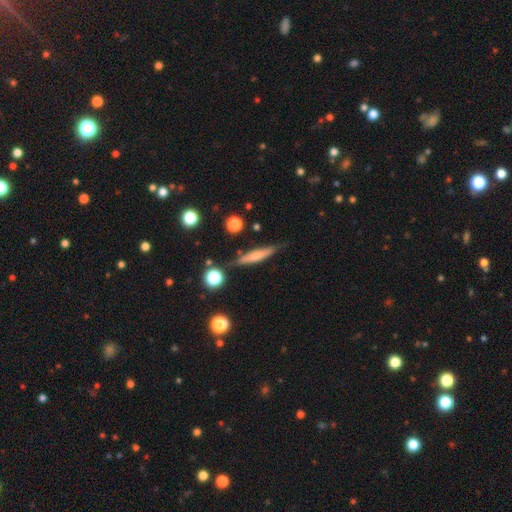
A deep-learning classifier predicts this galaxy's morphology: Smooth or featured: smooth — 54% (featured or disk — 38%)
How rounded: cigar-shaped — 88% (in between — 9%)
Merging: none — 78% (minor disturbance — 14%)